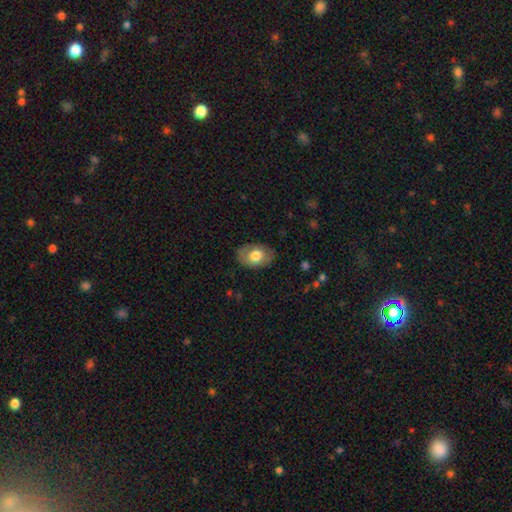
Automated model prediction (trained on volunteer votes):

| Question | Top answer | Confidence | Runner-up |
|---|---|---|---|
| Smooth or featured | smooth | 72% | featured or disk (21%) |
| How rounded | in between | 81% | round (18%) |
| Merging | none | 81% | minor disturbance (14%) |